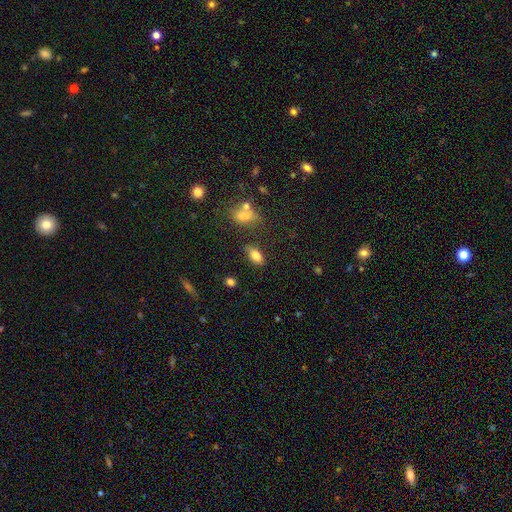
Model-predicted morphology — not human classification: This is clearly a smooth galaxy (81%). How rounded: clearly in between (89%). Merging: likely none (72%).